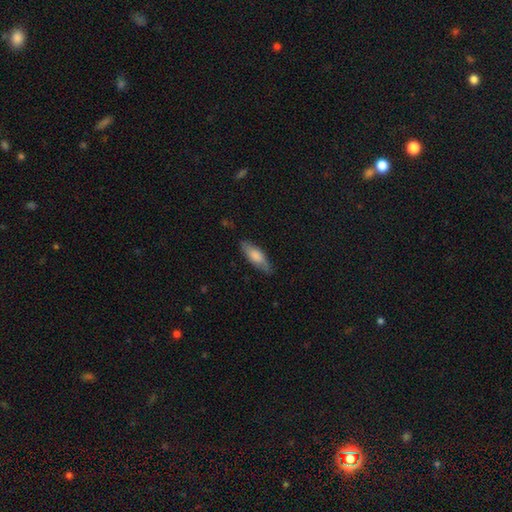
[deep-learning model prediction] A smooth galaxy with no disk features (72%) that is in between round and cigar-shaped (61%).

Vote fractions:
- Smooth or featured? smooth: 72% / featured or disk: 23% / star or artifact: 6%
- How rounded? in between: 61% / cigar-shaped: 37% / round: 2%
- Merging? none: 78% / minor disturbance: 17% / major disturbance: 3% / merger: 1%